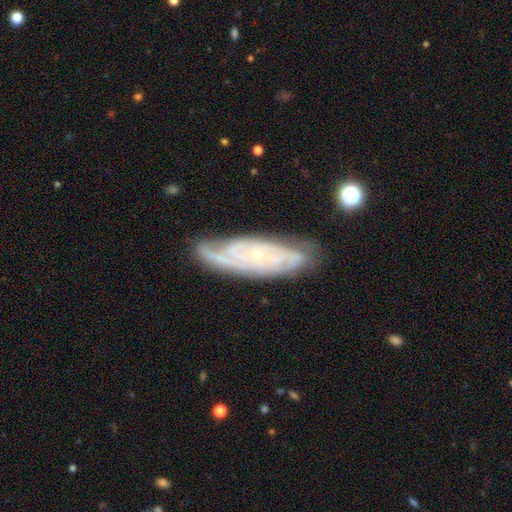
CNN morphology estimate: Q: Smooth or featured?
A: featured or disk (82%); runner-up: smooth (11%)
Q: Edge-on disk?
A: no (86%); runner-up: yes (14%)
Q: Bar?
A: no (73%); runner-up: weak (21%)
Q: Spiral arms?
A: yes (95%); runner-up: no (5%)
Q: Spiral winding?
A: tight (68%); runner-up: medium (27%)
Q: Spiral arm count?
A: can't tell (34%); runner-up: 2 (25%)
Q: Bulge size?
A: small (82%); runner-up: moderate (14%)
Q: Merging?
A: none (74%); runner-up: minor disturbance (19%)